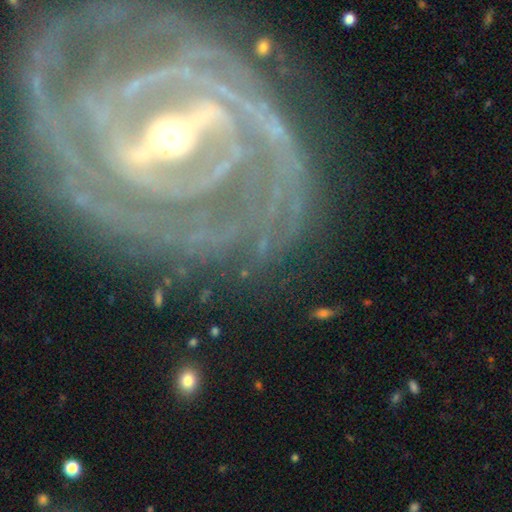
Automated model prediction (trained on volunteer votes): Overall: featured or disk (90%). Edge-on disk: no (93%). Bar: strong (72%). Spiral arms: yes (93%). Spiral arm count: can't tell (27%; 2 23%). Spiral winding: tight (79%). Bulge size: moderate (59%; small 34%). Merging: none (78%).